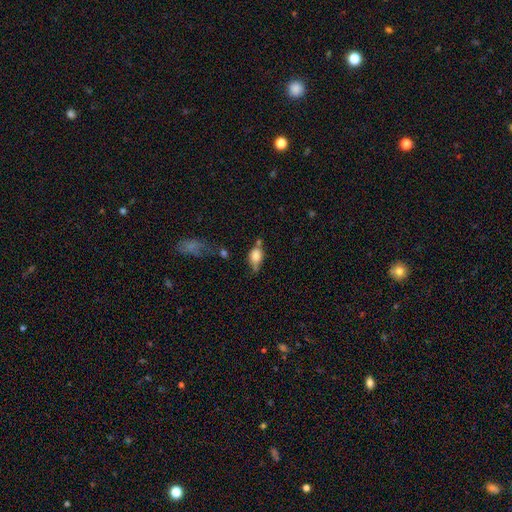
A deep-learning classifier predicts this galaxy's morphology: smooth 77%, featured or disk 14%, star or artifact 9%. Down the decision tree: how rounded — in between (74%); merging — none (38%).